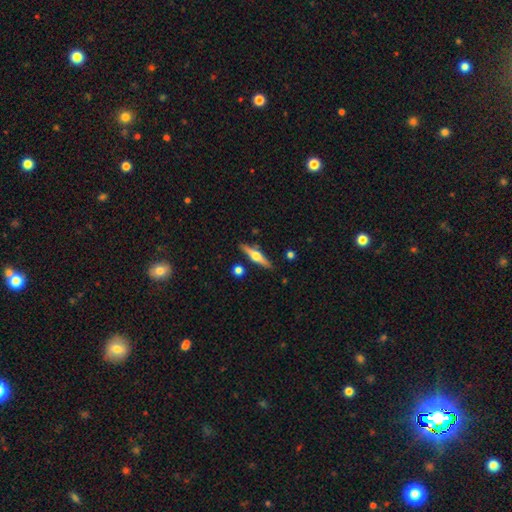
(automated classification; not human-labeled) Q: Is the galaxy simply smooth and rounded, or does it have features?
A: featured or disk — 66%.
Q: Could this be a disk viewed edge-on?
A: yes — 97%.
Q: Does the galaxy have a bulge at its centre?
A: rounded — 94%.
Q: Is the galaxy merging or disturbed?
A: none — 87%.